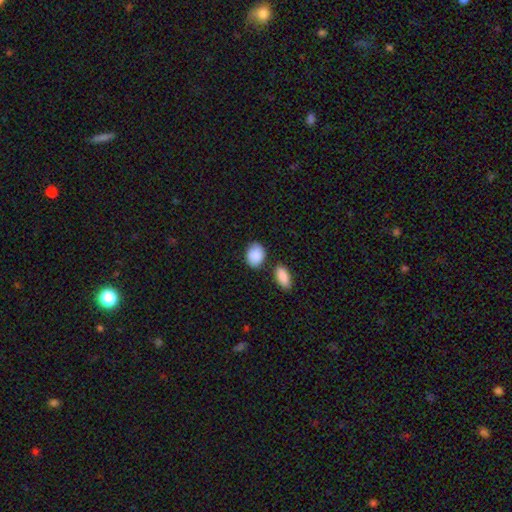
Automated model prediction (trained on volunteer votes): Smooth or featured: smooth — 89% (star or artifact — 6%)
How rounded: in between — 63% (round — 36%)
Merging: none — 71% (minor disturbance — 15%)